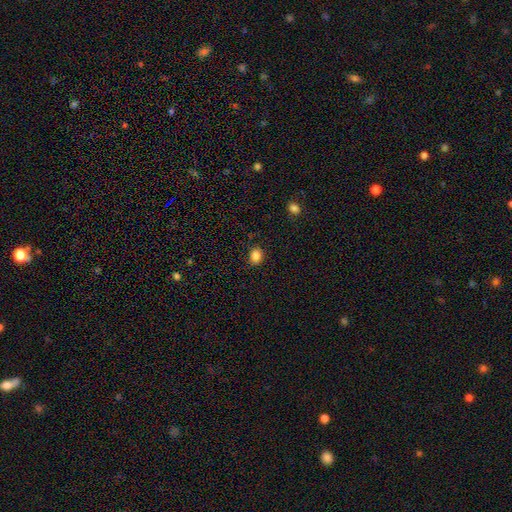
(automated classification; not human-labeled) A smooth galaxy with no disk features (85%) that is round (52%). Merging: none (87%).